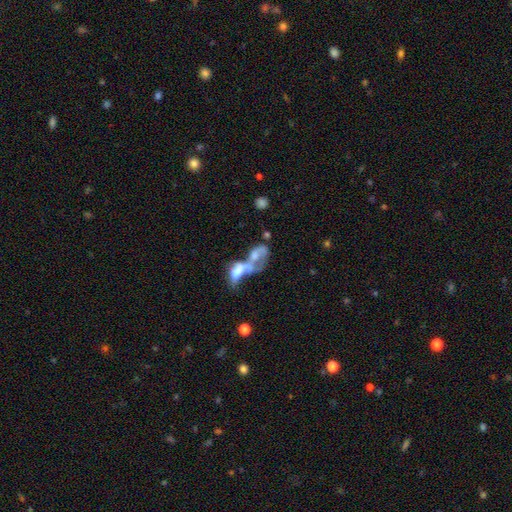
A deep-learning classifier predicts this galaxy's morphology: Q: Smooth or featured?
A: smooth (46%); runner-up: featured or disk (42%)
Q: Merging?
A: merger (74%); runner-up: major disturbance (13%)